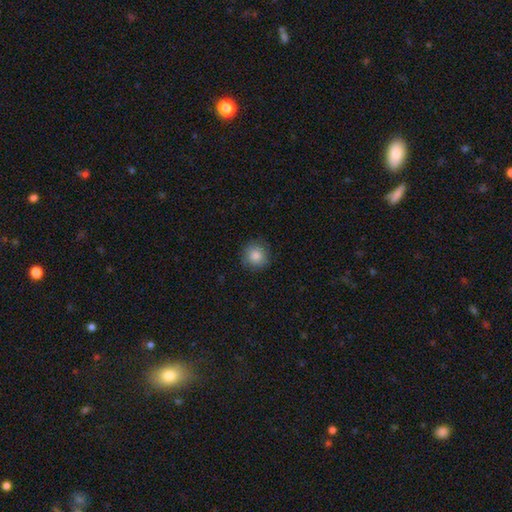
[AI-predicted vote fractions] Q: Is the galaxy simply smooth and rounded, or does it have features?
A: smooth — 85%.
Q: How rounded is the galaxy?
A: round — 92%.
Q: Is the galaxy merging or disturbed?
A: none — 88%.